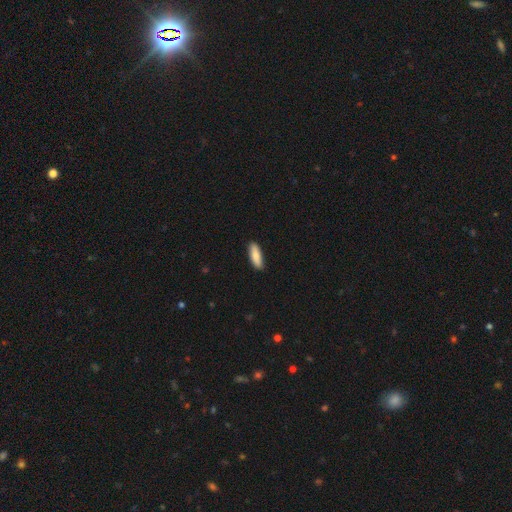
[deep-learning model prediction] Smooth or featured? Predicted: smooth (p=0.84). How rounded? Predicted: in between (p=0.53). Merging? Predicted: none (p=0.89).